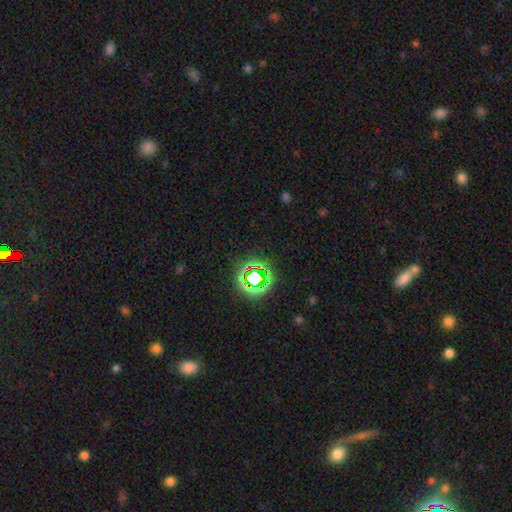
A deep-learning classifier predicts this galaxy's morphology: smooth-or-featured: star or artifact: 69% | smooth: 22% | featured or disk: 9%